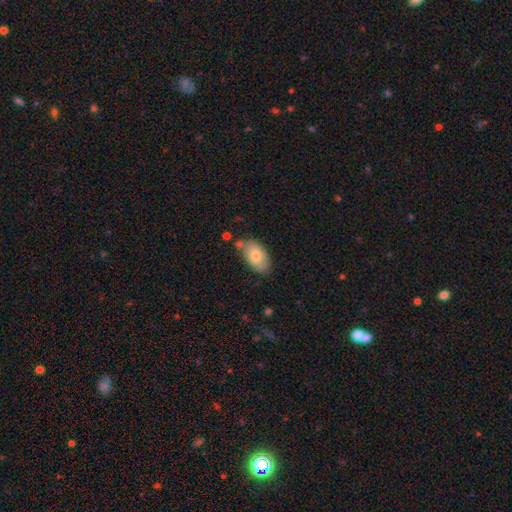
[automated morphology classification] A smooth galaxy with no disk features (77%) that is in between round and cigar-shaped (94%).

Vote fractions:
- Smooth or featured? smooth: 77% / featured or disk: 17% / star or artifact: 7%
- How rounded? in between: 94% / round: 5% / cigar-shaped: 2%
- Merging? none: 72% / minor disturbance: 18% / merger: 7% / major disturbance: 4%